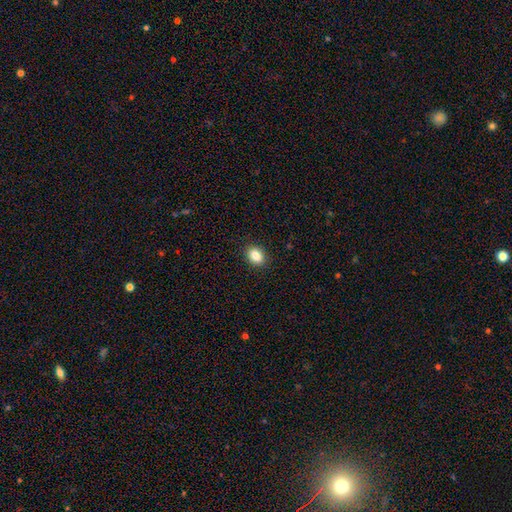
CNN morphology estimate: Smooth or featured? smooth (86%)
How rounded? in between (72%)
Merging? none (90%)